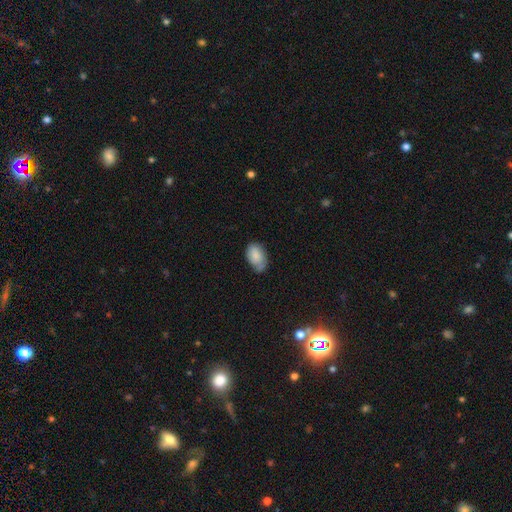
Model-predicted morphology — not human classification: Smooth or featured? Predicted: smooth (p=0.79). How rounded? Predicted: in between (p=0.89). Merging? Predicted: none (p=0.53).